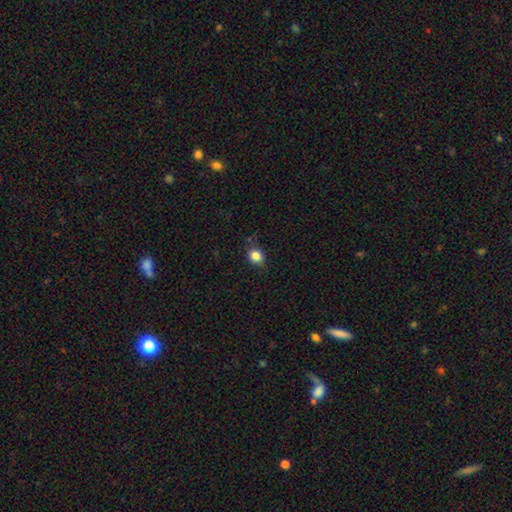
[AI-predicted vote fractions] The model was most divided on "how rounded": round: 54%, in between: 45%, cigar-shaped: 1%. More confident: smooth or featured — smooth (84%); merging — none (77%).